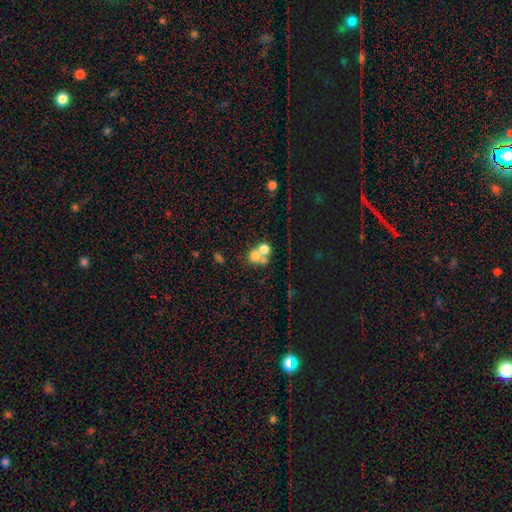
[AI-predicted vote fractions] smooth_or_featured: smooth (p=0.65) [alt: featured or disk p=0.19]
how_rounded: round (p=0.75) [alt: in between p=0.24]
merging: merger (p=0.57) [alt: none p=0.32]